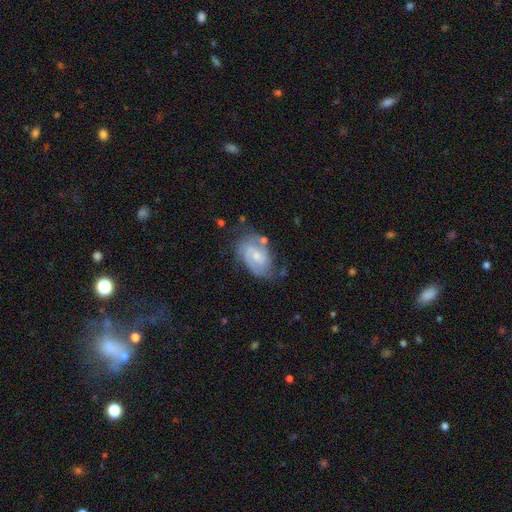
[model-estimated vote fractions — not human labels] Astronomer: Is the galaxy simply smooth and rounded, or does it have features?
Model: featured or disk — 72%.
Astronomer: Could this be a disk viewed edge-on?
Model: no — 97%.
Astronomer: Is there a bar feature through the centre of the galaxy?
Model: no — 49% (runner-up: weak, 44%).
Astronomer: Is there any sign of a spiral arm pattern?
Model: yes — 90%.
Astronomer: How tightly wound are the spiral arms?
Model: tight — 48% (runner-up: medium, 40%).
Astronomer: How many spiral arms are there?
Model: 2 — 59%.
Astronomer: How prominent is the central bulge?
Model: small — 52% (runner-up: moderate, 39%).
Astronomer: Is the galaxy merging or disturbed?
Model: none — 57%.